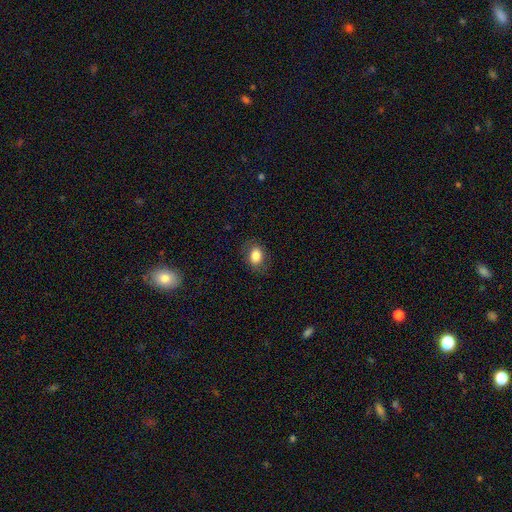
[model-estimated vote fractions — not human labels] Q: Smooth or featured?
A: smooth (81%); runner-up: featured or disk (10%)
Q: How rounded?
A: in between (70%); runner-up: round (29%)
Q: Merging?
A: none (81%); runner-up: minor disturbance (14%)